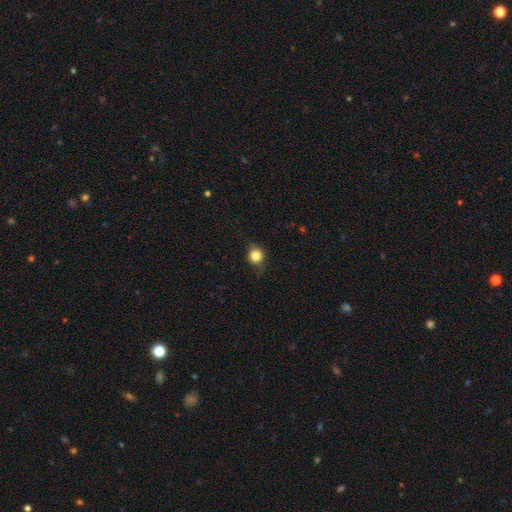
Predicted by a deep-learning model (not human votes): Morphology: type=smooth (79%); roundness=round (83%); merging=none (71%).